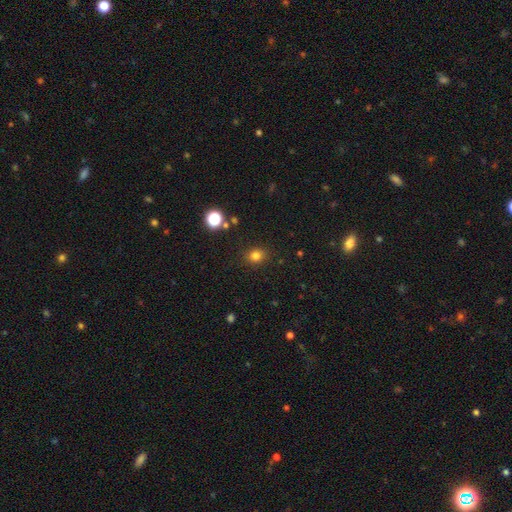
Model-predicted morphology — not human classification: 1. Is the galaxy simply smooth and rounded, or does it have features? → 79% smooth, 15% star or artifact, 5% featured or disk.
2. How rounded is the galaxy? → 66% round, 33% in between, 1% cigar-shaped.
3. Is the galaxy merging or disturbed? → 87% none, 8% minor disturbance, 3% major disturbance, 2% merger.